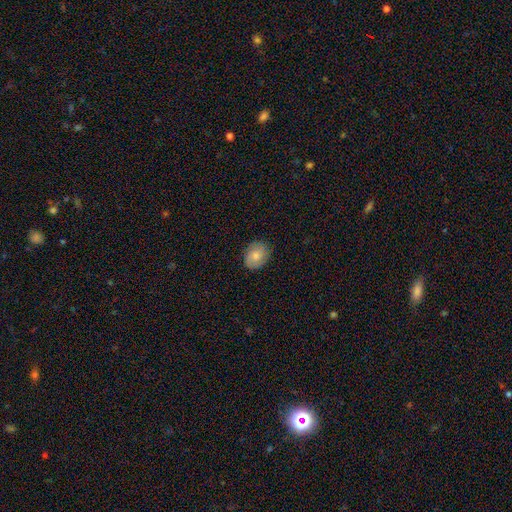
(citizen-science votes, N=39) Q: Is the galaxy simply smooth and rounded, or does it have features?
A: smooth — 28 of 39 (72%).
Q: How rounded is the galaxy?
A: in between — 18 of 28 (64%).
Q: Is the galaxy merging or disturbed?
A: none — 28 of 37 (76%).